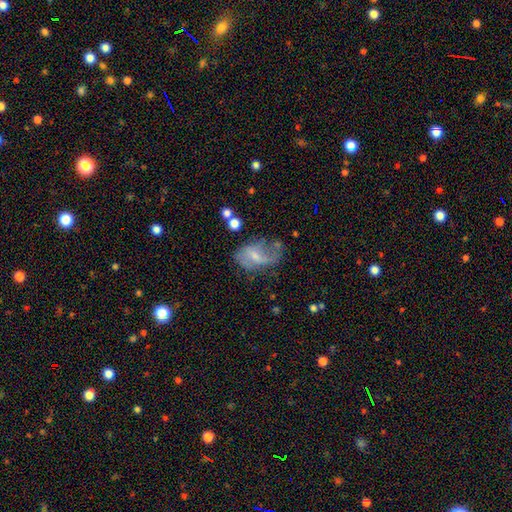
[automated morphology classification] type=featured or disk (51%); edge-on=no (96%); merging=none (35%).